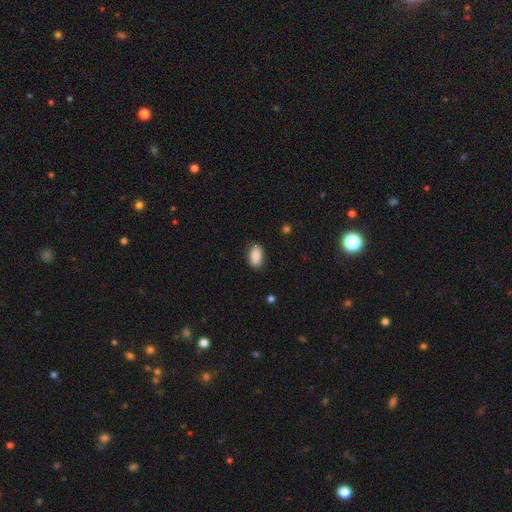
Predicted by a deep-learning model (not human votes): smooth 85%, featured or disk 8%, star or artifact 7%. Down the decision tree: how rounded — in between (92%); merging — none (85%).